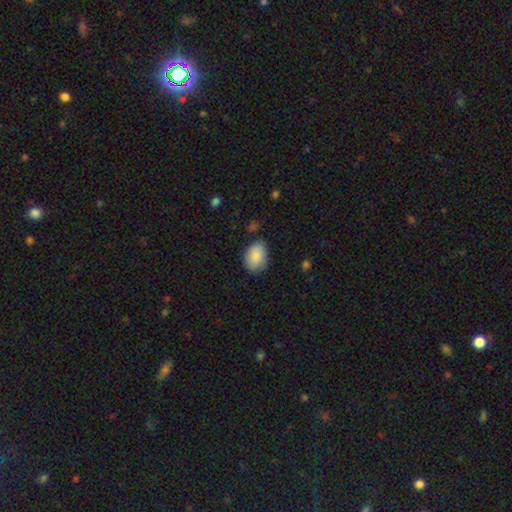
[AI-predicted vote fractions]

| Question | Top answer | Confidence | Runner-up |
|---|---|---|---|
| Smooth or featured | smooth | 87% | featured or disk (7%) |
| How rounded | in between | 80% | round (19%) |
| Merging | none | 75% | minor disturbance (20%) |